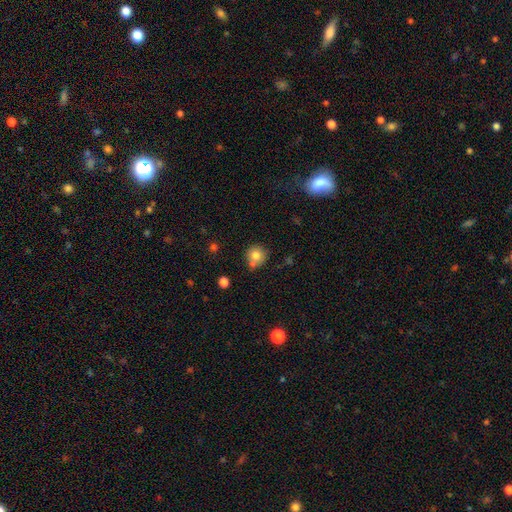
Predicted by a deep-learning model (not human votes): A smooth galaxy with no disk features (77%) that is round (91%).

Vote fractions:
- Smooth or featured? smooth: 77% / featured or disk: 12% / star or artifact: 11%
- How rounded? round: 91% / in between: 8% / cigar-shaped: 1%
- Merging? none: 62% / merger: 22% / minor disturbance: 12% / major disturbance: 3%